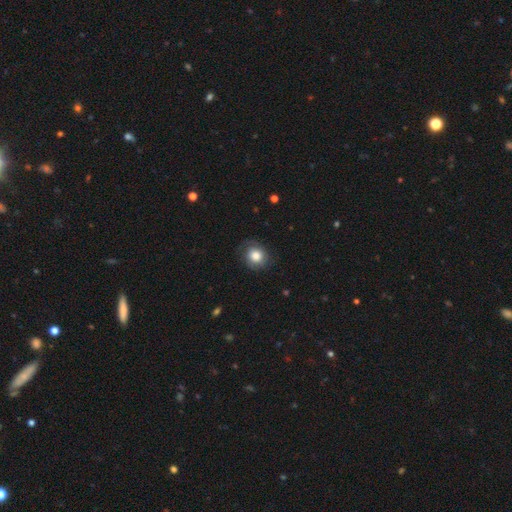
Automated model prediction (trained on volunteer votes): smooth 74%, featured or disk 18%, star or artifact 8%. Down the decision tree: how rounded — round (72%); merging — none (74%).